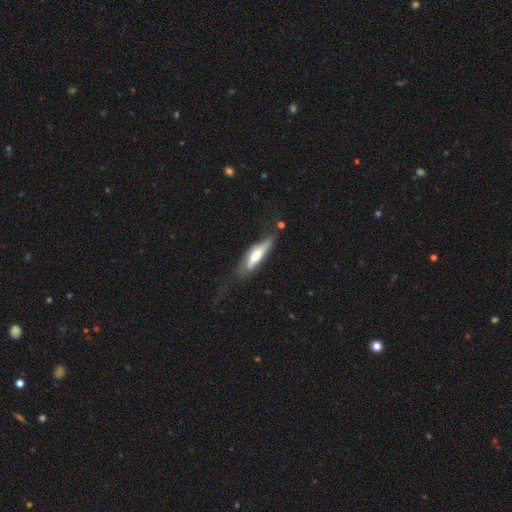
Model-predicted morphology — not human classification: smooth_or_featured: smooth (p=0.53) [alt: featured or disk p=0.41]
how_rounded: cigar-shaped (p=0.59) [alt: in between p=0.40]
merging: none (p=0.39) [alt: minor disturbance p=0.32]